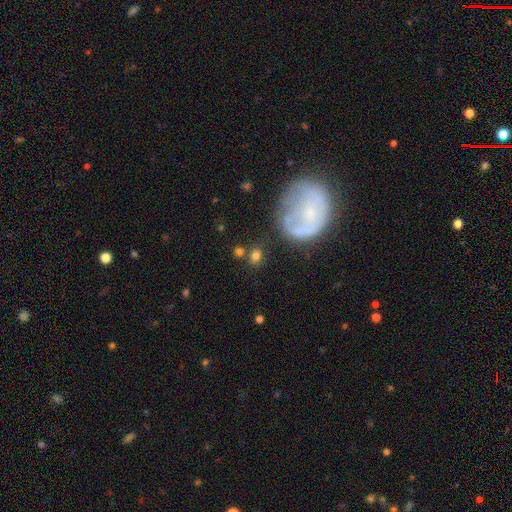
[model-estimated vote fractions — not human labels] Q: Smooth or featured?
A: smooth (71%); runner-up: featured or disk (15%)
Q: How rounded?
A: round (53%); runner-up: in between (45%)
Q: Merging?
A: none (68%); runner-up: minor disturbance (14%)